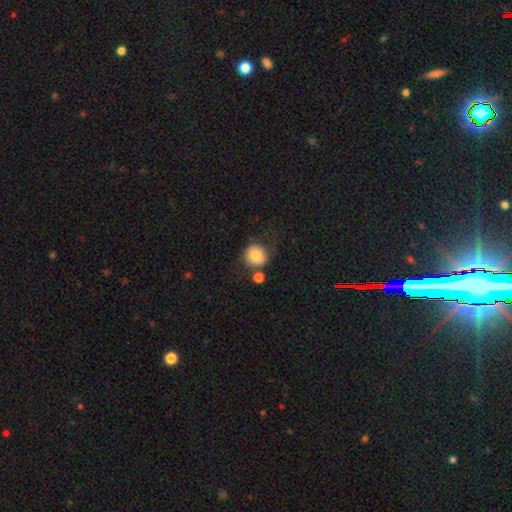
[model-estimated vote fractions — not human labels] Smooth or featured: smooth — 78% (featured or disk — 13%)
How rounded: round — 90% (in between — 9%)
Merging: none — 60% (minor disturbance — 17%)